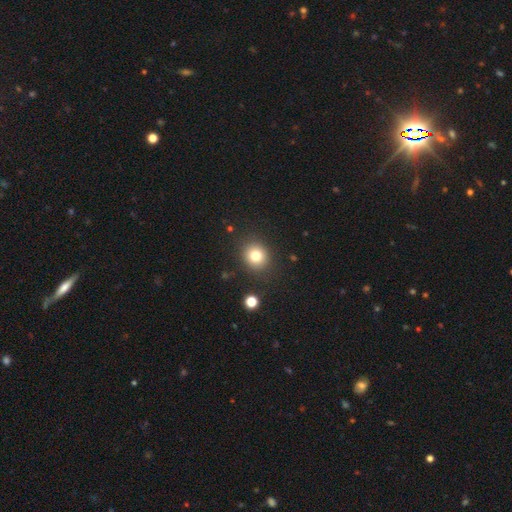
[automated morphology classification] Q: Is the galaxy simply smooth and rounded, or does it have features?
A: smooth — 79%.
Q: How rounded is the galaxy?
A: round — 79%.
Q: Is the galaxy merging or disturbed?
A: none — 87%.